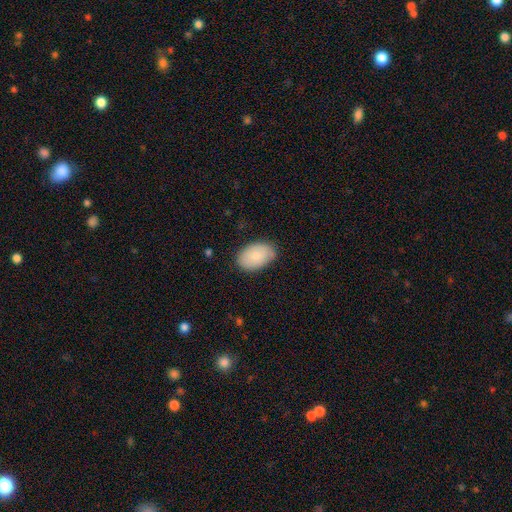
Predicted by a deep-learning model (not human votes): This is clearly a smooth galaxy (86%). How rounded: clearly in between (92%). Merging: likely none (80%).